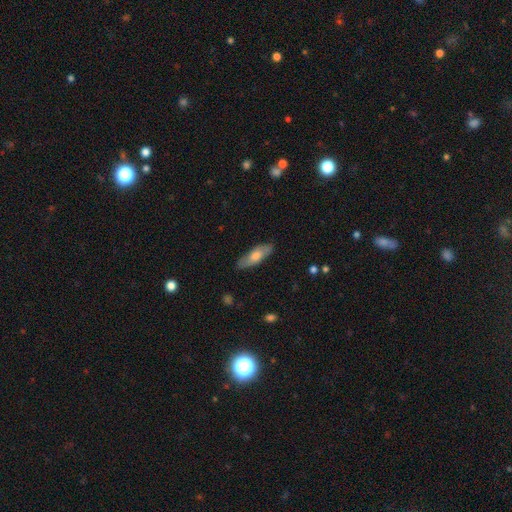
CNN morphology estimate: The model was most divided on "how rounded": in between: 53%, cigar-shaped: 44%, round: 2%. More confident: merging — none (85%); smooth or featured — smooth (55%).